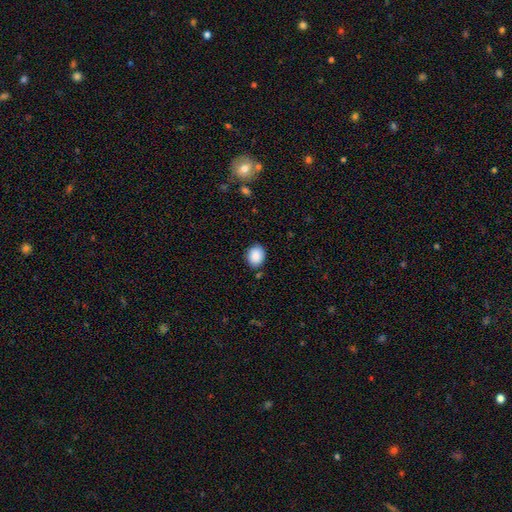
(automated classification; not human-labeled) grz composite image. It shows a smooth galaxy with no disk features (89%) that is round (53%). Merging: none (83%).